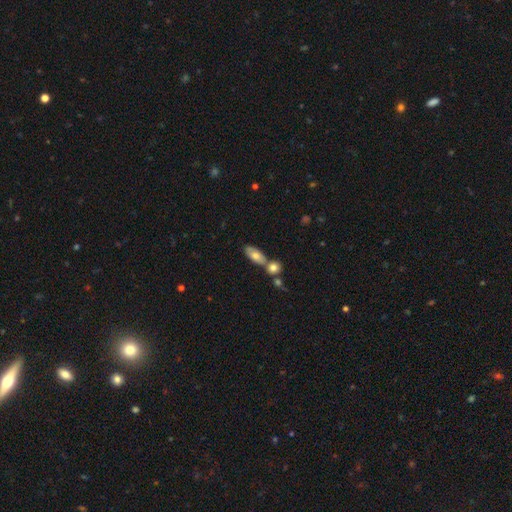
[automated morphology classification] Smooth or featured: smooth — 68% (featured or disk — 24%)
How rounded: in between — 79% (cigar-shaped — 16%)
Merging: none — 49% (merger — 37%)